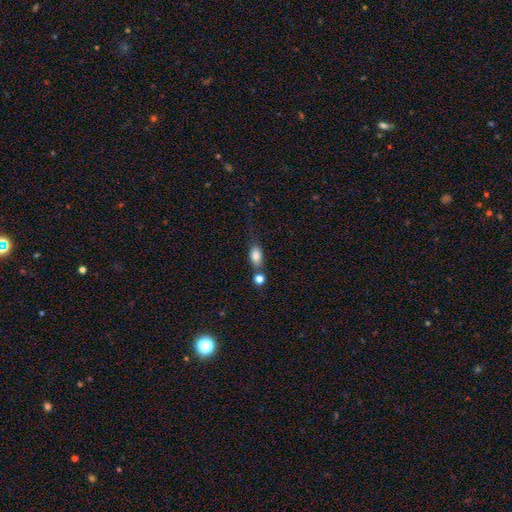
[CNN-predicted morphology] smooth_or_featured: smooth (p=0.82) [alt: featured or disk p=0.10]
how_rounded: in between (p=0.81) [alt: round p=0.12]
merging: none (p=0.53) [alt: merger p=0.23]